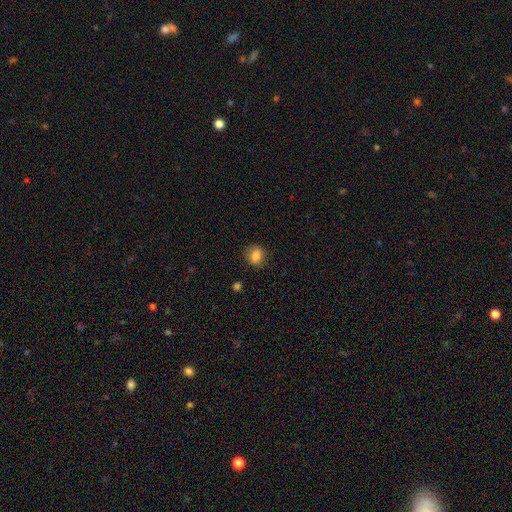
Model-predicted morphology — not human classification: The model was most divided on "how rounded": round: 62%, in between: 37%, cigar-shaped: 1%. More confident: merging — none (83%); smooth or featured — smooth (83%).